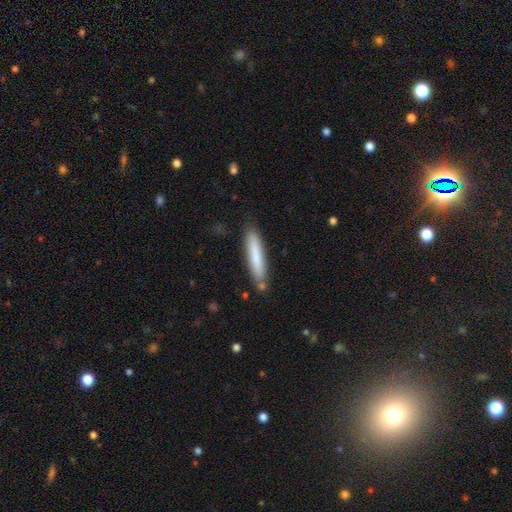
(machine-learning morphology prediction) Smooth or featured? smooth (76%)
How rounded? cigar-shaped (91%)
Merging? none (82%)